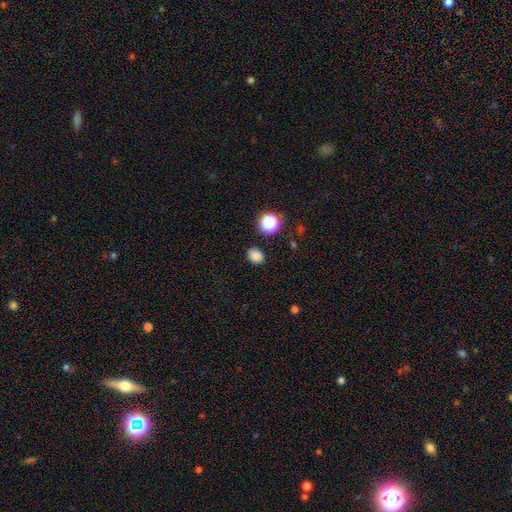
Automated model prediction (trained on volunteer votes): smooth-or-featured: smooth: 82% | star or artifact: 14% | featured or disk: 4%
  how-rounded: round: 50% | in between: 49% | cigar-shaped: 1%
  merging: none: 87% | minor disturbance: 9% | major disturbance: 3% | merger: 2%